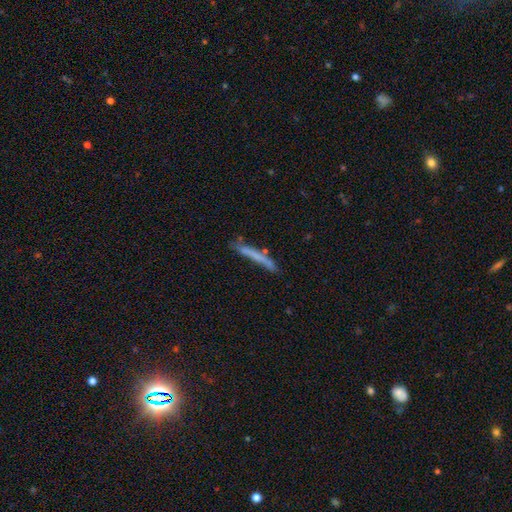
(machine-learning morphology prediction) This appears to be a smooth galaxy with no disk features (61%) that is cigar-shaped (96%). Merging: none (72%).